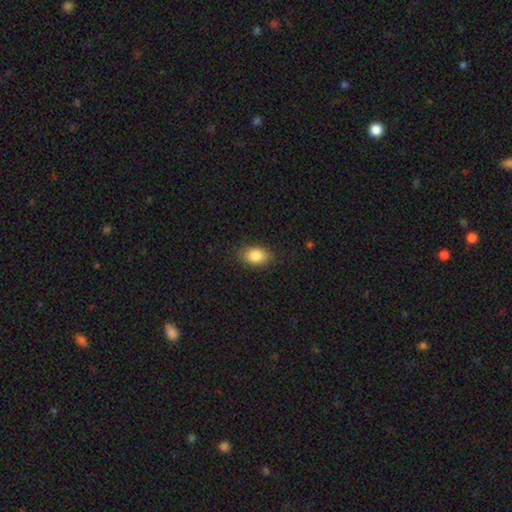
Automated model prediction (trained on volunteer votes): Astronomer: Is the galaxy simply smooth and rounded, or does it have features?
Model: smooth — 86%.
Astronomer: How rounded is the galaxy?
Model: in between — 83%.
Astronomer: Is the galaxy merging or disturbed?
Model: none — 85%.